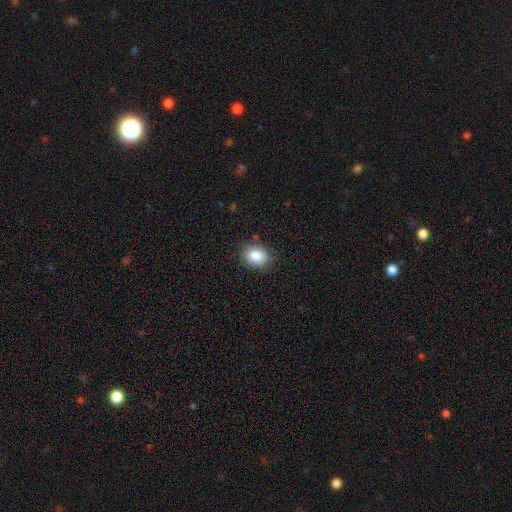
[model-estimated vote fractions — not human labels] Smooth or featured? smooth (86%)
How rounded? in between (56%)
Merging? none (86%)